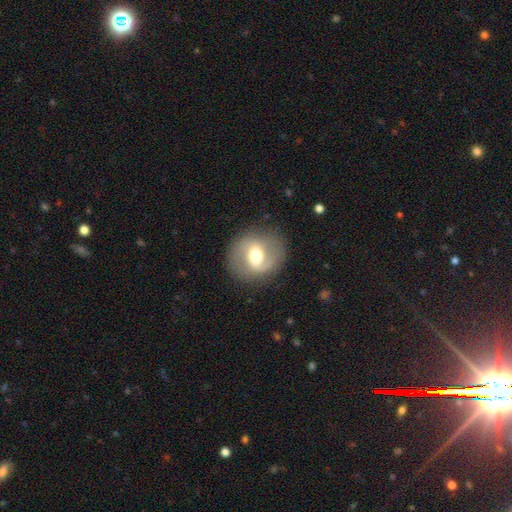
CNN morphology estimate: Smooth or featured: featured or disk — 55% (smooth — 38%)
Edge-on disk: no — 95% (yes — 5%)
Bar: weak — 47% (strong — 30%)
Spiral arms: yes — 63% (no — 37%)
Bulge size: moderate — 68% (large — 16%)
Merging: none — 82% (minor disturbance — 11%)